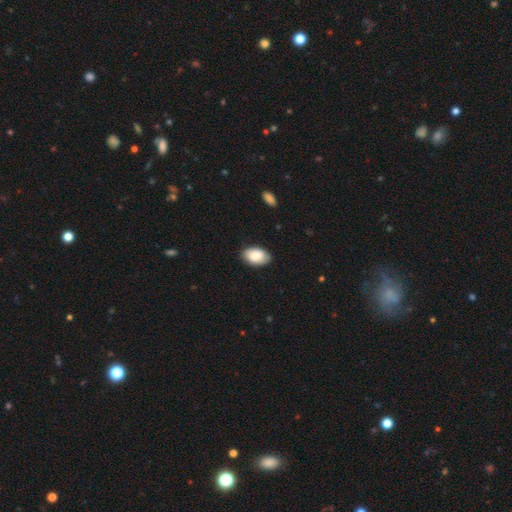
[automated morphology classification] This appears to be a smooth galaxy with no disk features (83%) that is in between round and cigar-shaped (93%). Merging: none (84%).